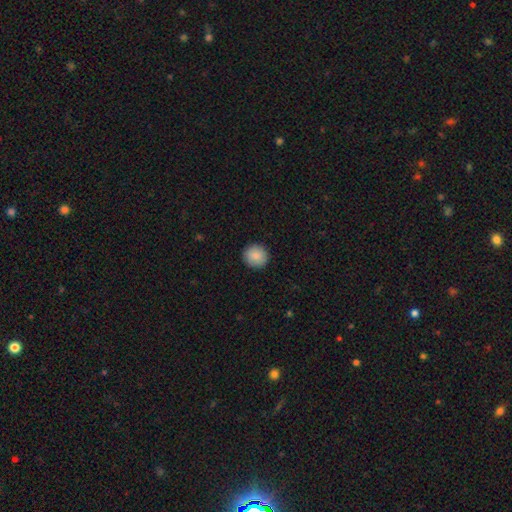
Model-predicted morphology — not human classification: A smooth galaxy with no disk features (88%) that is round (93%). Merging: none (92%).